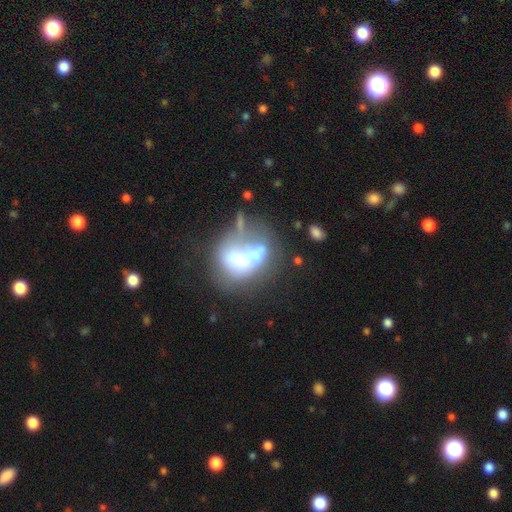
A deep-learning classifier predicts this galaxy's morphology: This is marginally a smooth galaxy (44%). Merging: possibly merger (50%).